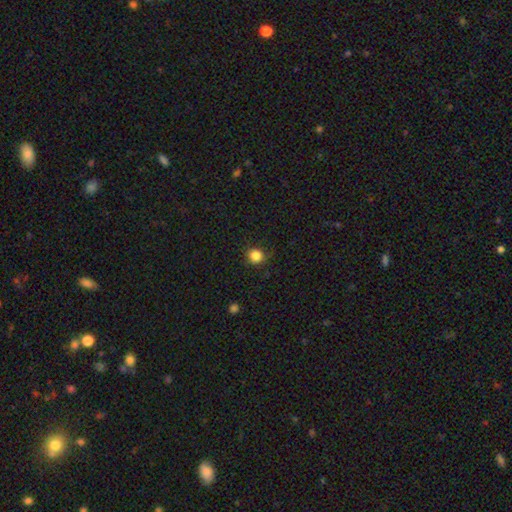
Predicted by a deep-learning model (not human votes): Smooth or featured: smooth — 84% (star or artifact — 12%)
How rounded: round — 88% (in between — 11%)
Merging: none — 86% (minor disturbance — 10%)